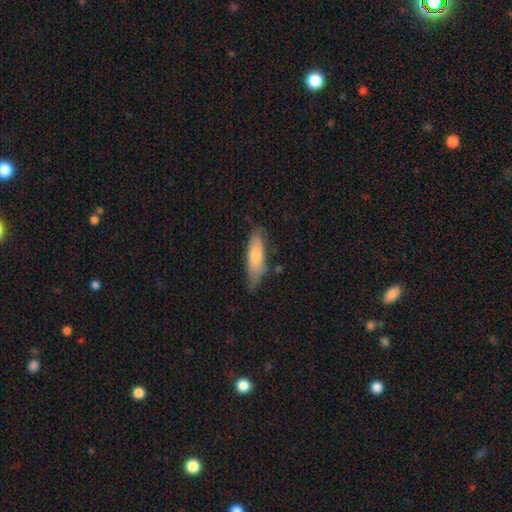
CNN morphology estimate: This is likely a smooth galaxy (68%). How rounded: possibly cigar-shaped (53%). Merging: likely none (66%).